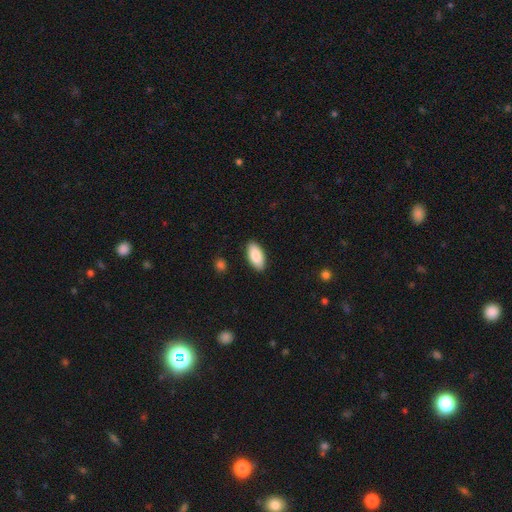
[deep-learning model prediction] This is clearly a smooth galaxy (87%). How rounded: clearly in between (91%). Merging: clearly none (89%).